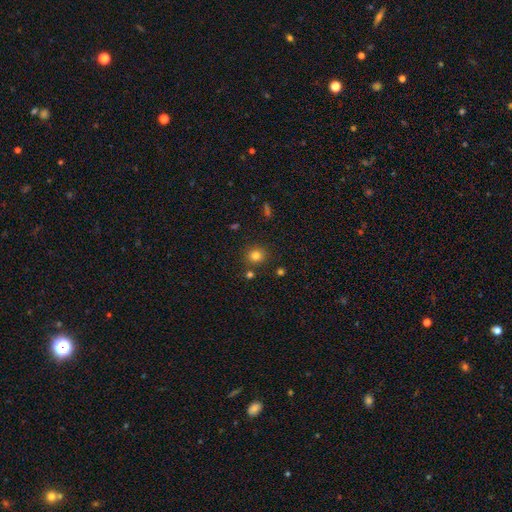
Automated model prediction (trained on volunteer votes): Overall: smooth (80%). How rounded: round (88%). Merging: none (83%).